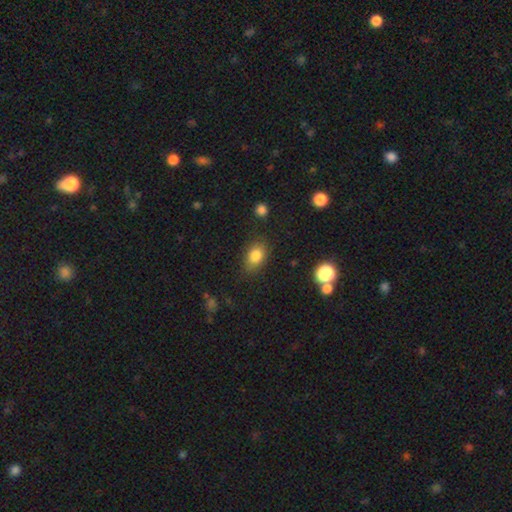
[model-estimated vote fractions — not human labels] This is clearly a smooth galaxy (81%). How rounded: likely in between (74%). Merging: likely none (77%).